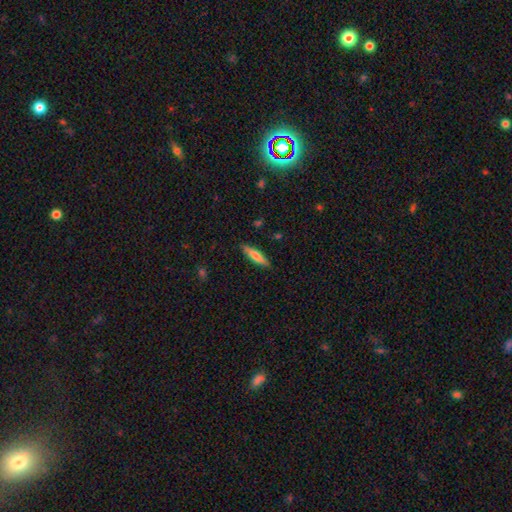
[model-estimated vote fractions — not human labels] Smooth or featured? smooth (72%)
How rounded? cigar-shaped (78%)
Merging? none (85%)